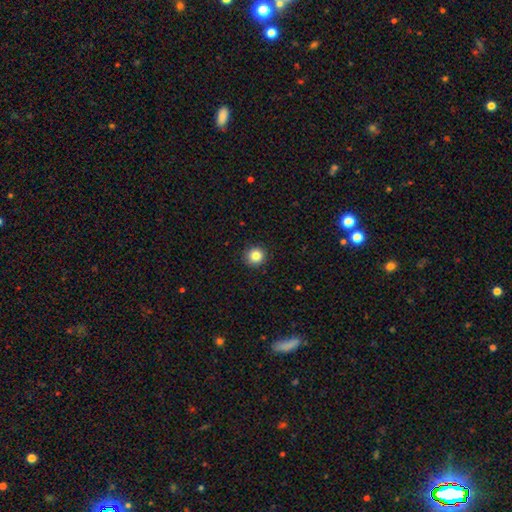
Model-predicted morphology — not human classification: A smooth galaxy with no disk features (84%) that is round (94%). Merging: none (91%).